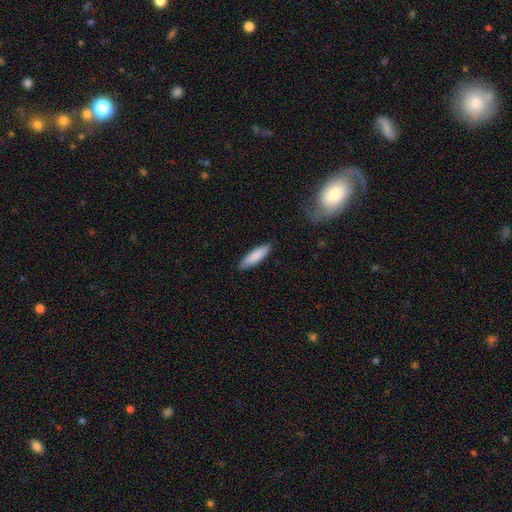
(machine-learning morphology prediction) A smooth galaxy with no disk features (85%) that is cigar-shaped (65%). Merging: none (87%).